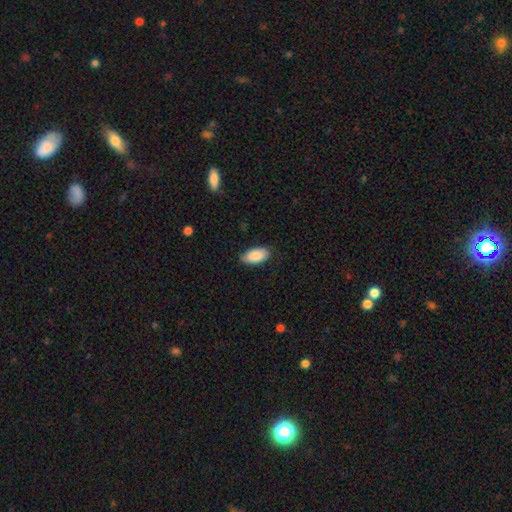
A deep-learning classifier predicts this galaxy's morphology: The model was most divided on "merging": none: 82%, minor disturbance: 15%, major disturbance: 3%, merger: 1%. More confident: how rounded — in between (94%); smooth or featured — smooth (86%).